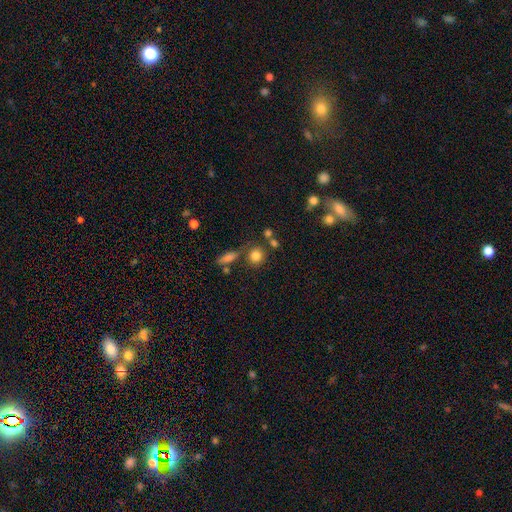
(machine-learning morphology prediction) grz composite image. It shows a smooth galaxy with no disk features (81%) that is round (84%). Merging: none (70%).